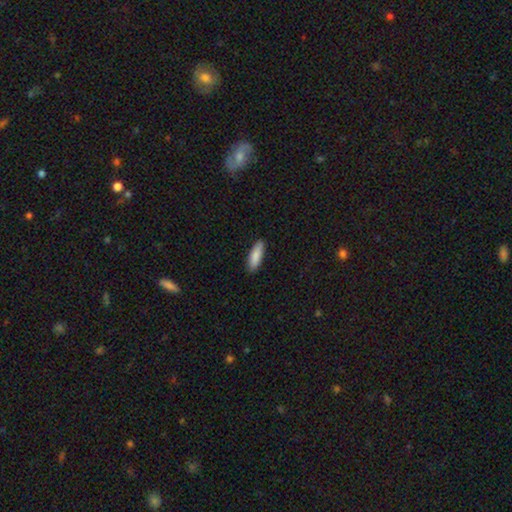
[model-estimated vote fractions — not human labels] smooth 87%, featured or disk 7%, star or artifact 6%. Down the decision tree: how rounded — in between (51%); merging — none (88%).